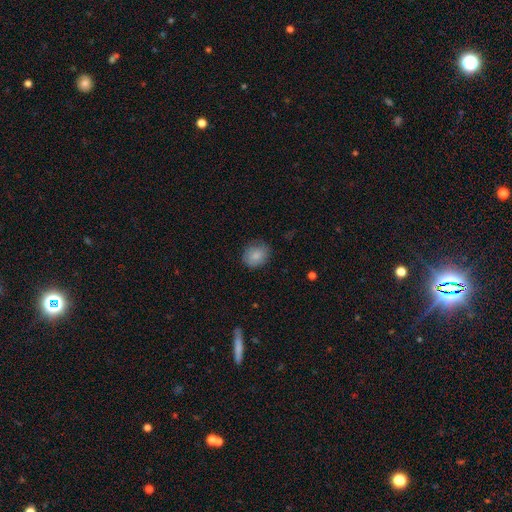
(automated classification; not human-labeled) Smooth or featured? smooth (83%)
How rounded? round (66%)
Merging? none (76%)